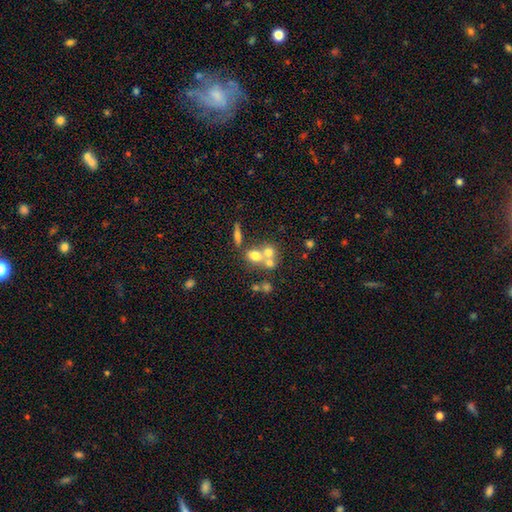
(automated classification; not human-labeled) A smooth galaxy with no disk features (60%) that is round (64%).

Vote fractions:
- Smooth or featured? smooth: 60% / featured or disk: 26% / star or artifact: 14%
- How rounded? round: 64% / in between: 34% / cigar-shaped: 3%
- Merging? merger: 53% / none: 35% / minor disturbance: 8% / major disturbance: 5%